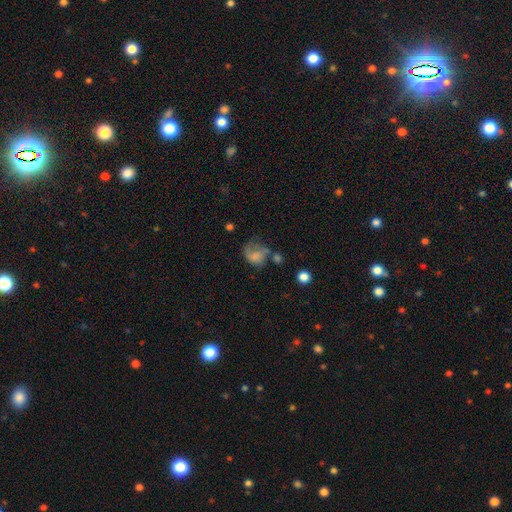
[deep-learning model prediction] This appears to be a smooth galaxy with no disk features (54%) that is round (55%). Merging: major disturbance (37%).